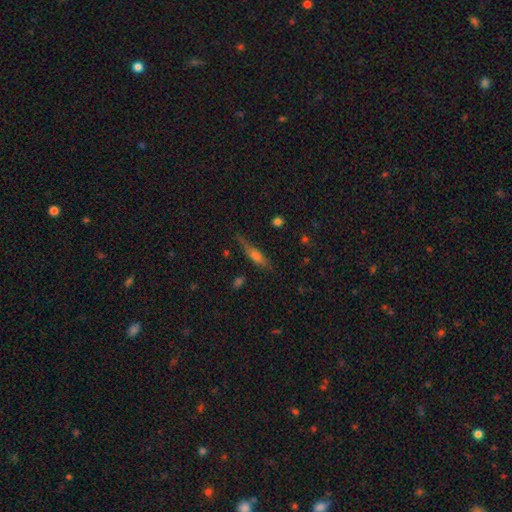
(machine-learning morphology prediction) A featured or disk galaxy (44%, tied with smooth). Merging: none (71%).